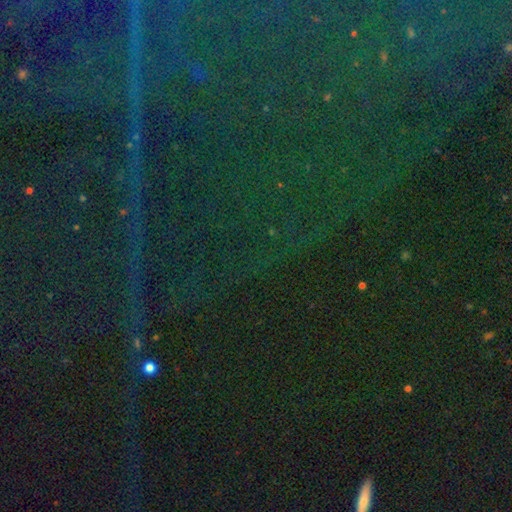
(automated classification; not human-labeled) Smooth or featured? Predicted: star or artifact (p=0.87).